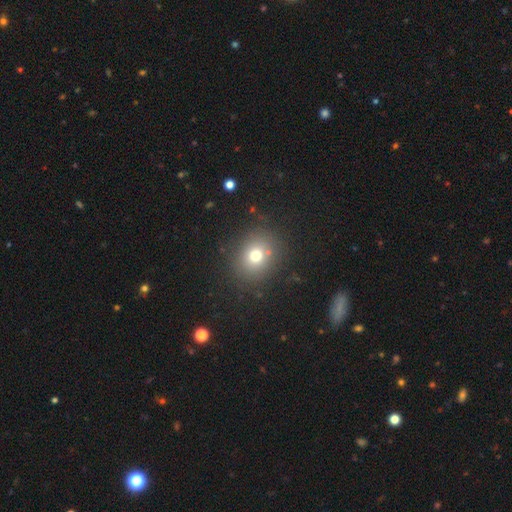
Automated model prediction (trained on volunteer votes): This is likely a smooth galaxy (72%). How rounded: likely round (71%). Merging: clearly none (82%).